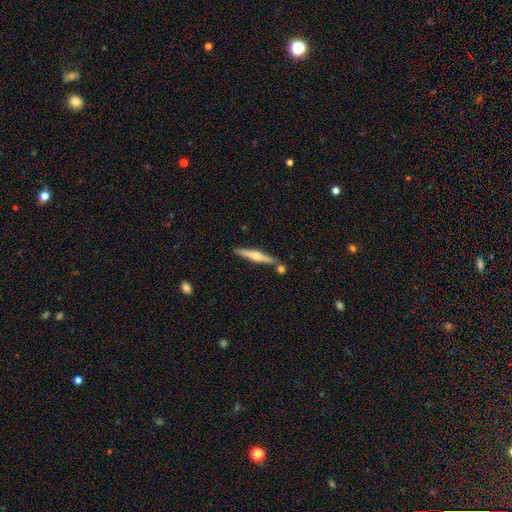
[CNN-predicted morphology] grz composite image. It shows a featured or disk galaxy (56%) viewed edge-on (97%) with a rounded central bulge (83%). Merging: none (81%).